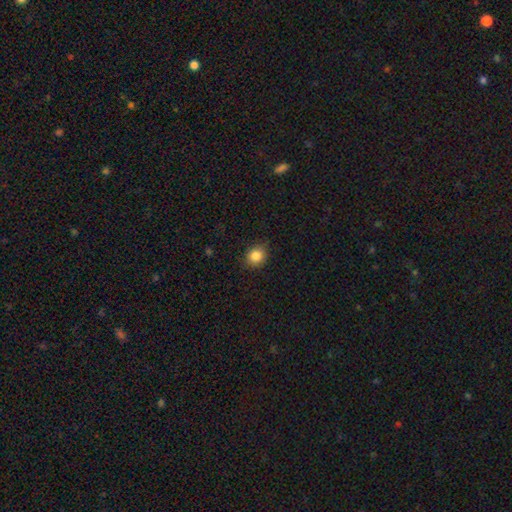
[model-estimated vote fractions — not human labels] smooth-or-featured: smooth: 85% | star or artifact: 10% | featured or disk: 5%
  how-rounded: round: 71% | in between: 28% | cigar-shaped: 1%
  merging: none: 83% | minor disturbance: 14% | major disturbance: 3% | merger: 1%